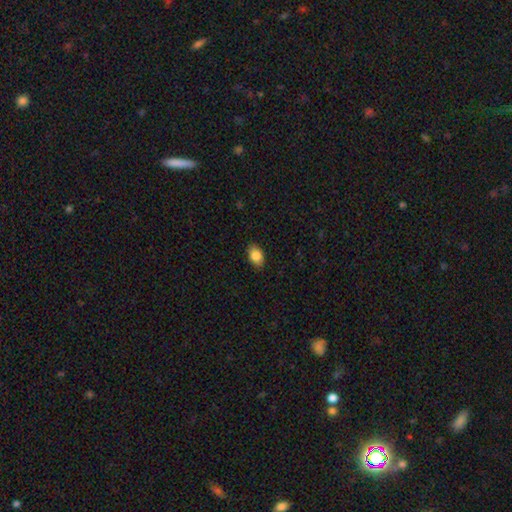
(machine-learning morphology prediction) Smooth or featured? Predicted: smooth (p=0.85). How rounded? Predicted: in between (p=0.85). Merging? Predicted: none (p=0.86).